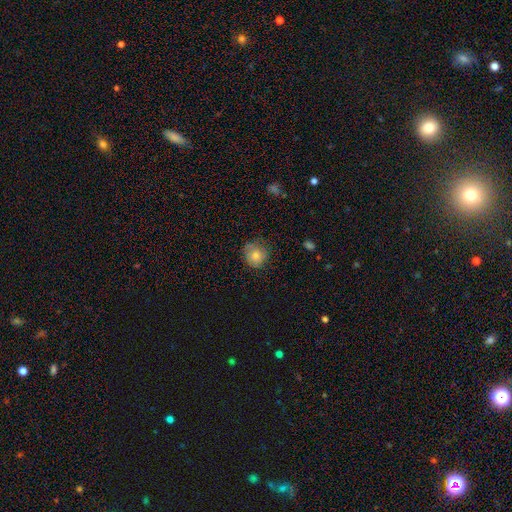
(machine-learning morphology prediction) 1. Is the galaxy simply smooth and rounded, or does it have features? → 78% smooth, 13% featured or disk, 9% star or artifact.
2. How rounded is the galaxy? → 85% round, 14% in between, 1% cigar-shaped.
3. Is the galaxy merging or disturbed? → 71% none, 22% minor disturbance, 6% major disturbance, 1% merger.